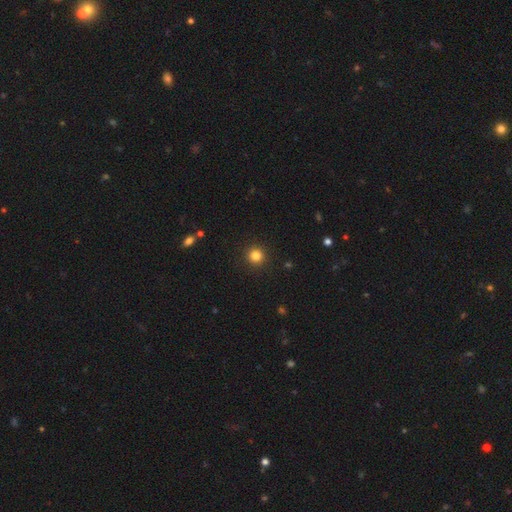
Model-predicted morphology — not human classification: The model was most divided on "smooth or featured": smooth: 83%, star or artifact: 12%, featured or disk: 5%. More confident: how rounded — round (95%); merging — none (92%).